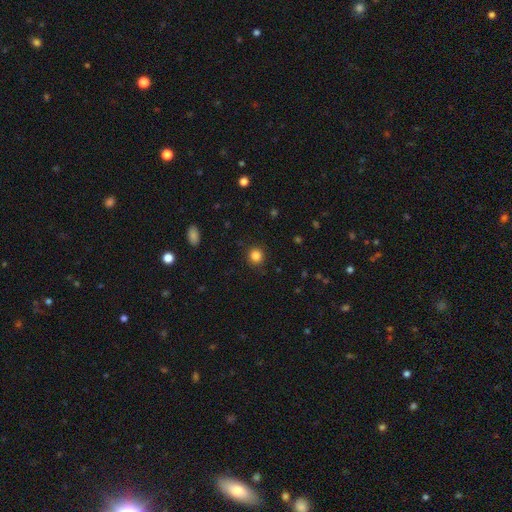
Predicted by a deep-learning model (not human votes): Smooth or featured: smooth — 85% (star or artifact — 12%)
How rounded: round — 92% (in between — 7%)
Merging: none — 90% (minor disturbance — 7%)